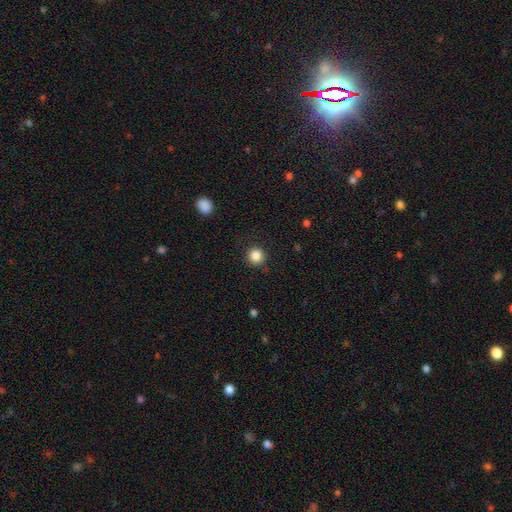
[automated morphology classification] Smooth or featured? smooth (85%)
How rounded? round (94%)
Merging? none (88%)